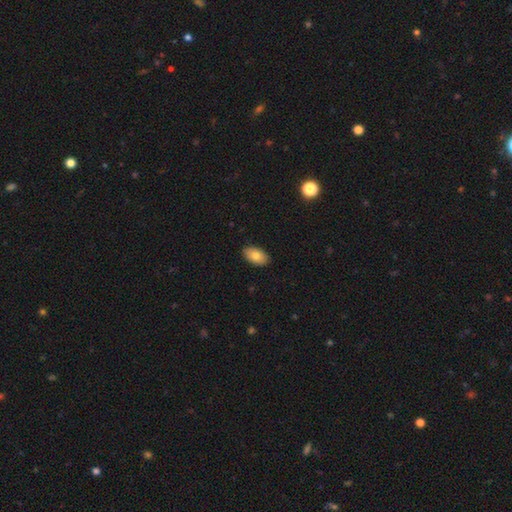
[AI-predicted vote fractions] Q: Smooth or featured?
A: smooth (80%); runner-up: featured or disk (13%)
Q: How rounded?
A: in between (94%); runner-up: round (5%)
Q: Merging?
A: none (89%); runner-up: minor disturbance (9%)